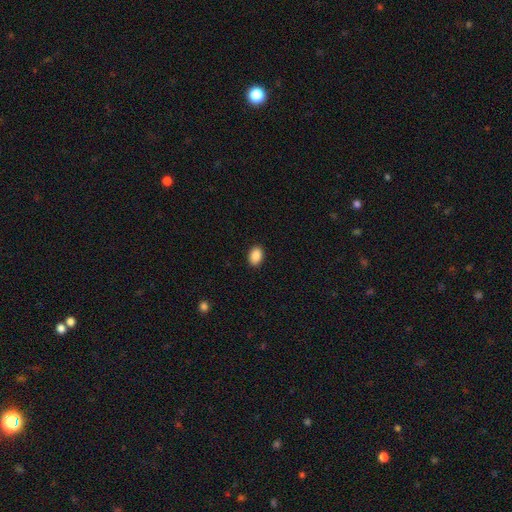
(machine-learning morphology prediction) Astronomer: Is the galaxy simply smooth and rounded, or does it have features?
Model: smooth — 90%.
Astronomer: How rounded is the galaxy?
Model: in between — 84%.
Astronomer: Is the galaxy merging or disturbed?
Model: none — 91%.